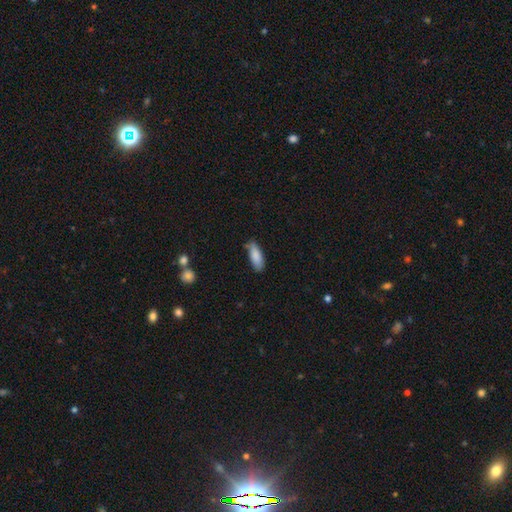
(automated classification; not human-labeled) A smooth galaxy with no disk features (86%) that is in between round and cigar-shaped (71%). Merging: none (70%).